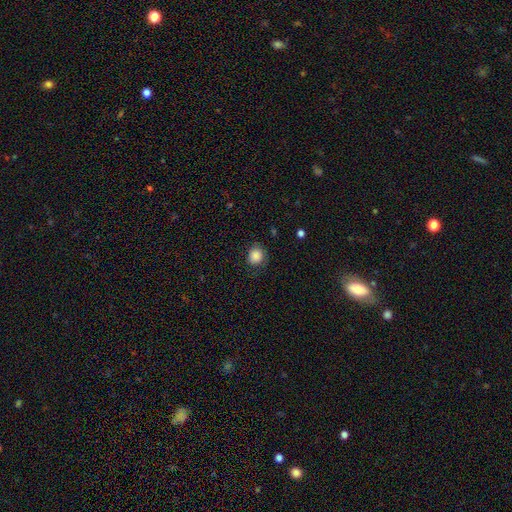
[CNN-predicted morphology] Smooth or featured? Predicted: smooth (p=0.86). How rounded? Predicted: round (p=0.76). Merging? Predicted: none (p=0.74).